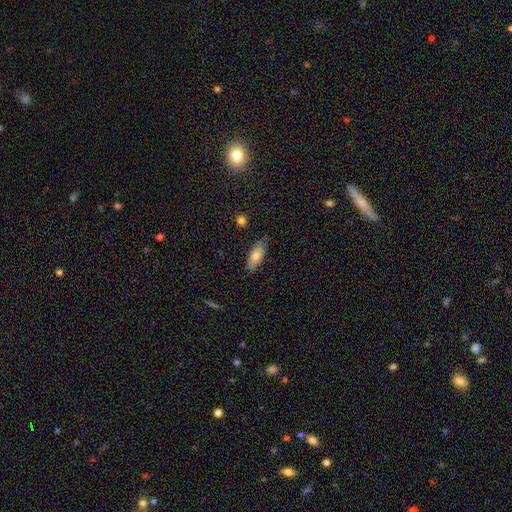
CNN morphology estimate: Smooth or featured: smooth — 75% (featured or disk — 18%)
How rounded: in between — 68% (cigar-shaped — 30%)
Merging: none — 77% (minor disturbance — 18%)